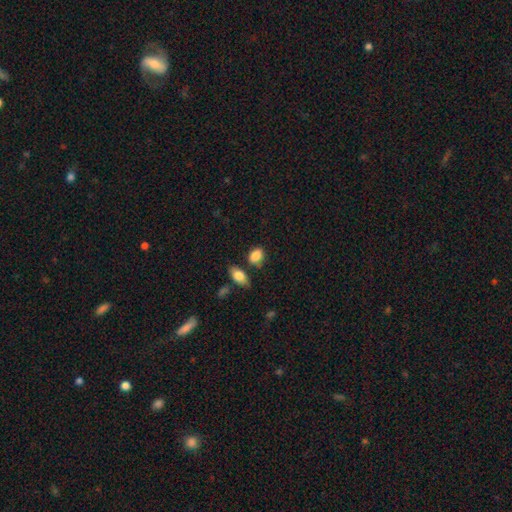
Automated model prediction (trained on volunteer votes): Morphology: type=smooth (86%); roundness=in between (73%); merging=none (67%).